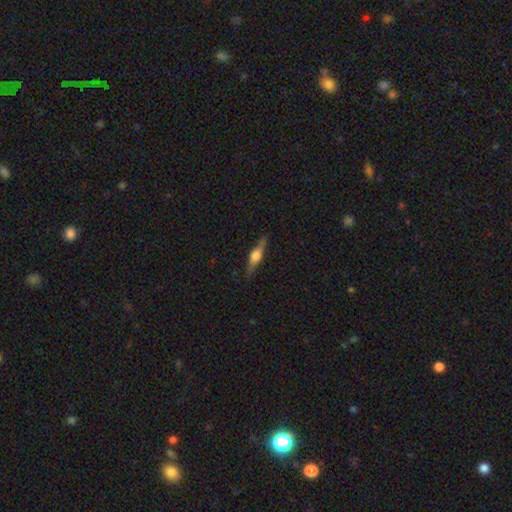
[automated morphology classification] This is likely a featured or disk galaxy (69%). It is clearly viewed edge-on (97%). Edge-on bulge: clearly rounded (90%). Merging: clearly none (87%).